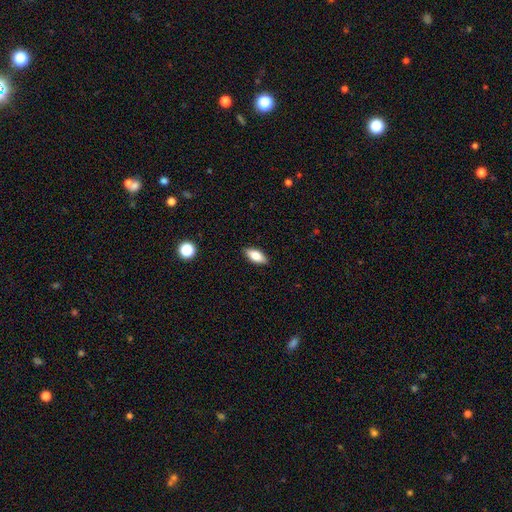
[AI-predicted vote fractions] This appears to be a smooth galaxy with no disk features (80%) that is in between round and cigar-shaped (83%). Merging: none (88%).